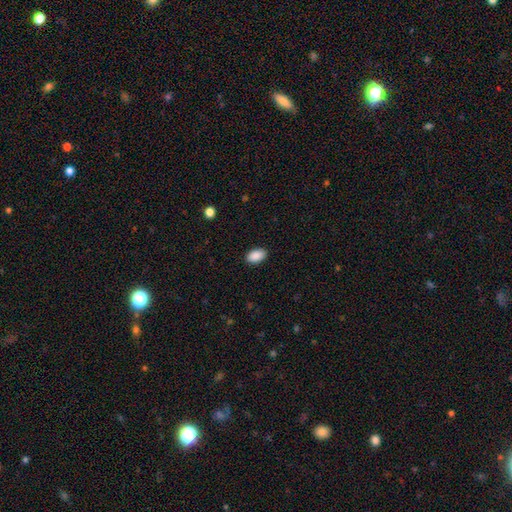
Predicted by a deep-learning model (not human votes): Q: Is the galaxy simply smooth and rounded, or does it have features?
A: smooth — 90%.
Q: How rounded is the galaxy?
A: in between — 93%.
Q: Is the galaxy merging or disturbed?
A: none — 89%.